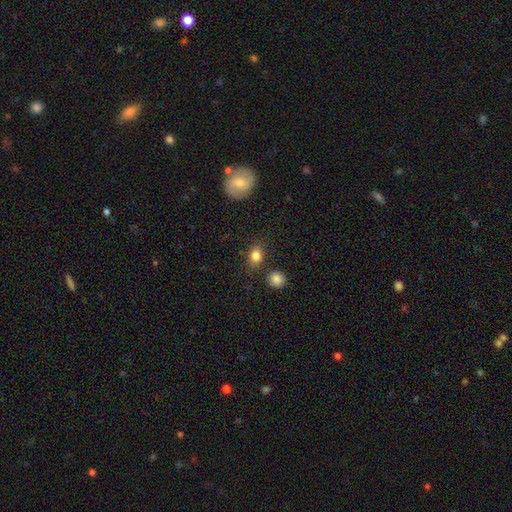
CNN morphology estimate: Smooth or featured? smooth (83%)
How rounded? round (51%)
Merging? none (75%)